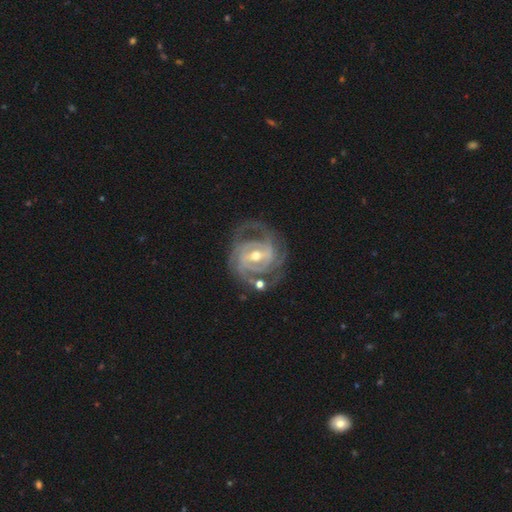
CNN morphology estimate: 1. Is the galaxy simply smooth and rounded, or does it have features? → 91% featured or disk, 5% star or artifact, 4% smooth.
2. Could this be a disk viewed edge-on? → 97% no, 3% yes.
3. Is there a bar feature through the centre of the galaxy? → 42% weak (tied), 42% strong (tied), 16% no.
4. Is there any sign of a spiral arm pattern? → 97% yes, 3% no.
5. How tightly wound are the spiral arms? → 62% tight, 32% medium, 6% loose.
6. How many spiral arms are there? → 33% 3, 30% 2, 16% can't tell, 11% 4, 5% more than 4, 5% 1.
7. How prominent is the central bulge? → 60% moderate, 36% small, 3% large, 1% none, 1% dominant.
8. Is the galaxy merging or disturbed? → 68% none, 17% minor disturbance, 10% major disturbance, 4% merger.